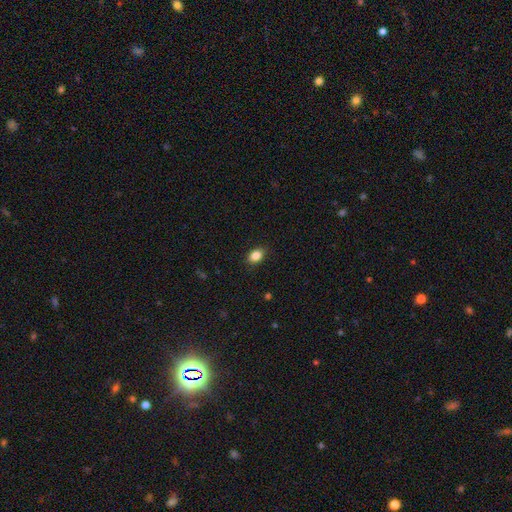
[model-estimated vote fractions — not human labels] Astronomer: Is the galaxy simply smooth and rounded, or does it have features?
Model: smooth — 86%.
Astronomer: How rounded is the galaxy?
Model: in between — 77%.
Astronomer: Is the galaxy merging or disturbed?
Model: none — 87%.